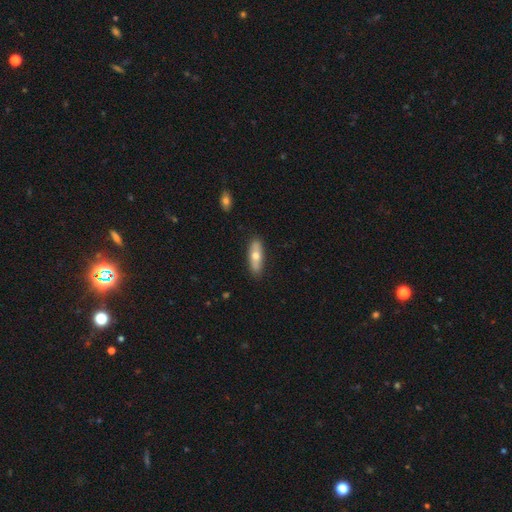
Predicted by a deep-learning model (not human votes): Smooth or featured? smooth (61%)
How rounded? in between (50%)
Merging? none (86%)